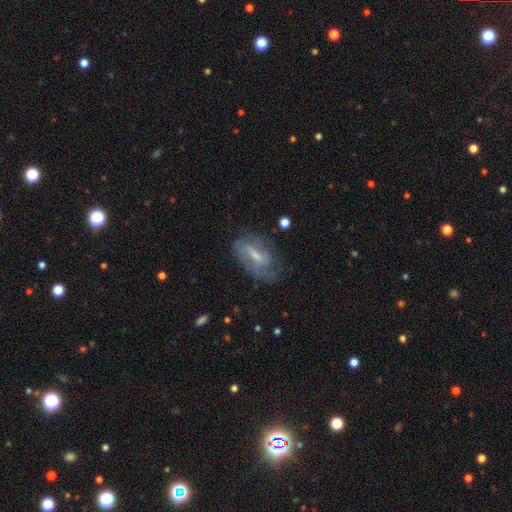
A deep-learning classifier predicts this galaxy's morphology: type=featured or disk (66%); edge-on=no (91%); bar=weak (51%); spiral arms=yes (80%); bulge=small (46%); merging=none (61%).